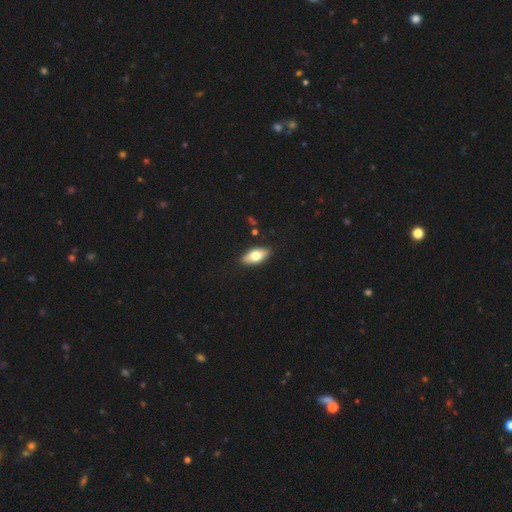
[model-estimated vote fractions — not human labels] Q: Smooth or featured?
A: smooth (67%); runner-up: featured or disk (27%)
Q: How rounded?
A: in between (84%); runner-up: cigar-shaped (12%)
Q: Merging?
A: none (89%); runner-up: minor disturbance (8%)